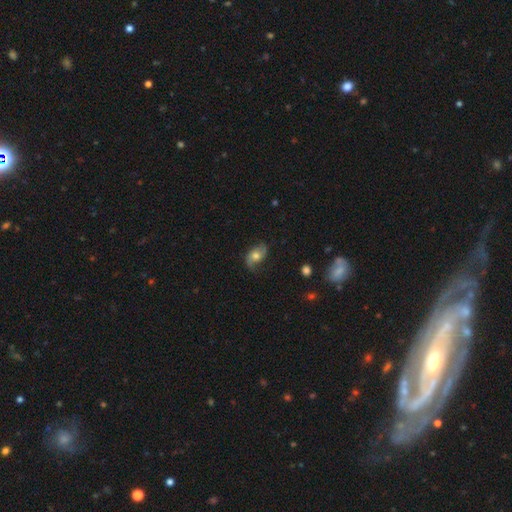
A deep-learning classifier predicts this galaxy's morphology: Smooth or featured? Predicted: featured or disk (p=0.60). Edge-on disk? Predicted: no (p=0.95). Bar? Predicted: no (p=0.71). Spiral arms? Predicted: yes (p=0.89). Spiral winding? Predicted: loose (p=0.54). Spiral arm count? Predicted: 2 (p=0.85). Bulge size? Predicted: moderate (p=0.65). Merging? Predicted: none (p=0.69).